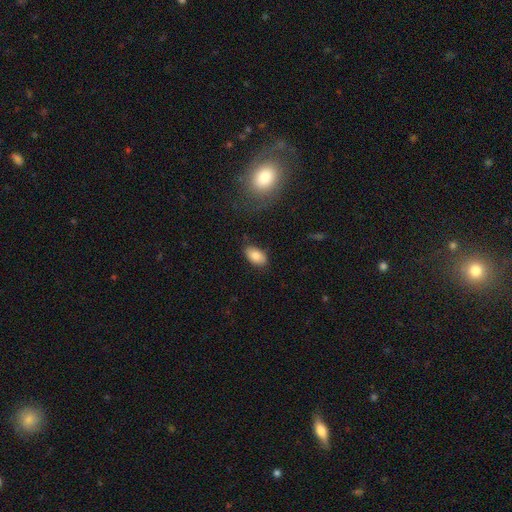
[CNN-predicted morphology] Overall: smooth (85%). How rounded: in between (93%). Merging: none (83%).